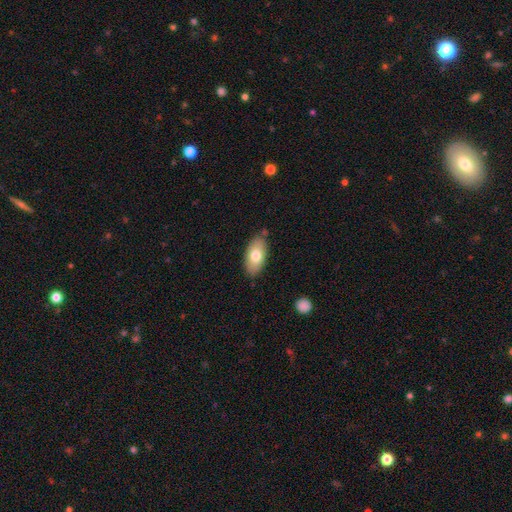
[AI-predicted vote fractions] A smooth galaxy with no disk features (74%) that is in between round and cigar-shaped (92%).

Vote fractions:
- Smooth or featured? smooth: 74% / featured or disk: 20% / star or artifact: 7%
- How rounded? in between: 92% / cigar-shaped: 5% / round: 3%
- Merging? none: 82% / minor disturbance: 13% / merger: 3% / major disturbance: 3%